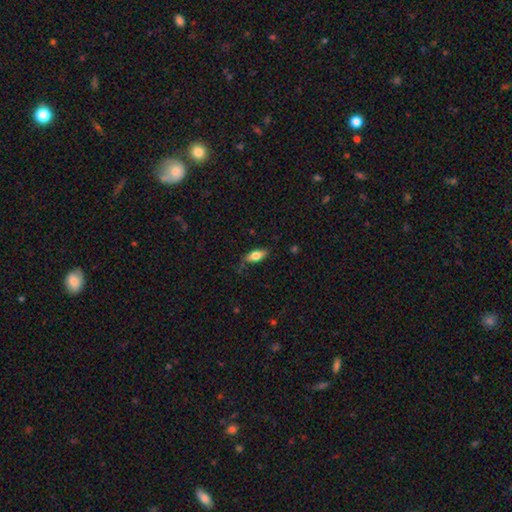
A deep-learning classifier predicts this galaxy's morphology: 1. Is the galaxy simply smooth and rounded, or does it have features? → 70% smooth, 23% featured or disk, 7% star or artifact.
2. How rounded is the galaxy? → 78% in between, 19% cigar-shaped, 3% round.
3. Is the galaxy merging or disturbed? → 76% none, 18% minor disturbance, 4% major disturbance, 1% merger.